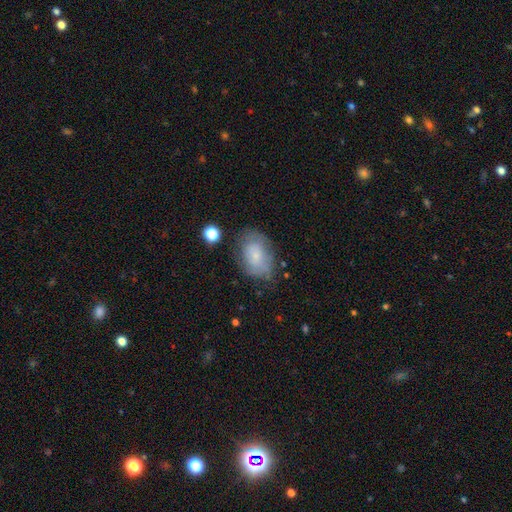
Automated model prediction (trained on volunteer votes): smooth-or-featured: smooth: 62% | featured or disk: 29% | star or artifact: 9%
  how-rounded: in between: 81% | round: 18% | cigar-shaped: 1%
  merging: none: 62% | minor disturbance: 24% | major disturbance: 11% | merger: 3%